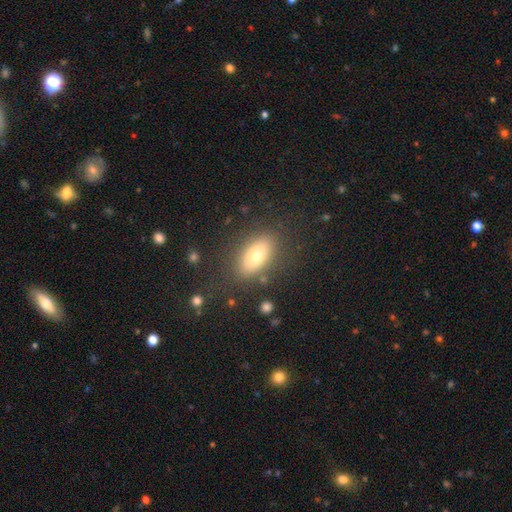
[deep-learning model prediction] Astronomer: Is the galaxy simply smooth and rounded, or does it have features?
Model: smooth — 71%.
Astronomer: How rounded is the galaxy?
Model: in between — 86%.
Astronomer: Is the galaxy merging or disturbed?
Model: none — 82%.